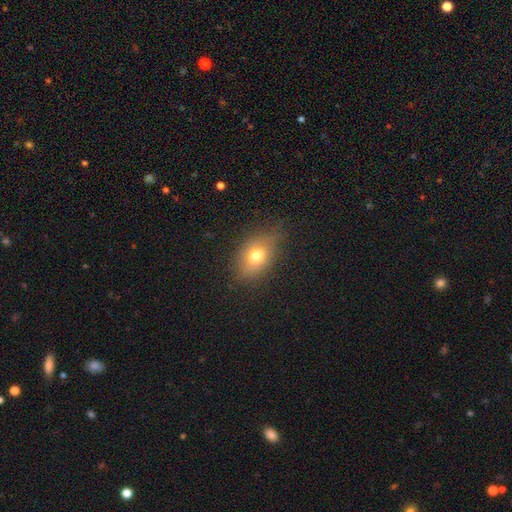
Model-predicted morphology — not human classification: Smooth or featured?
  - smooth: 71% *
  - featured or disk: 17%
  - star or artifact: 12%
How rounded?
  - in between: 76% *
  - round: 22%
  - cigar-shaped: 3%
Merging?
  - none: 70% *
  - minor disturbance: 22%
  - major disturbance: 7%
  - merger: 1%